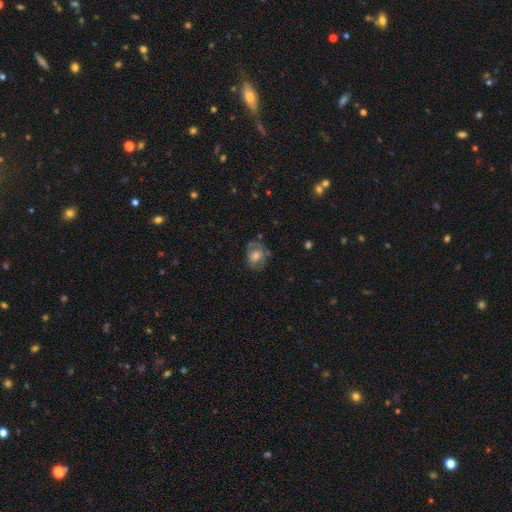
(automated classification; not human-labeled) Smooth or featured: smooth — 50% (featured or disk — 41%)
How rounded: round — 53% (in between — 46%)
Merging: none — 60% (minor disturbance — 25%)